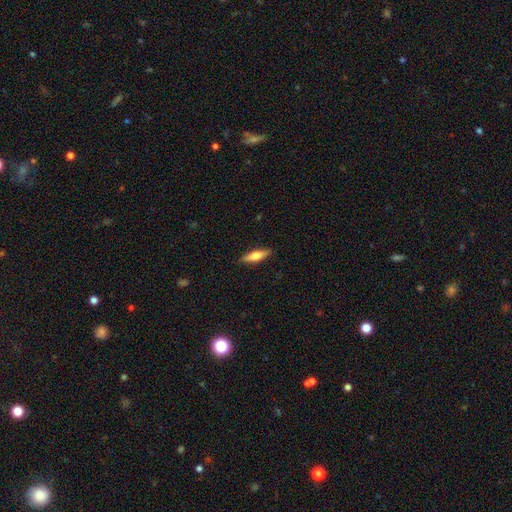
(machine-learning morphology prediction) smooth_or_featured: smooth (p=0.63) [alt: featured or disk p=0.31]
how_rounded: cigar-shaped (p=0.61) [alt: in between p=0.37]
merging: none (p=0.88) [alt: minor disturbance p=0.09]